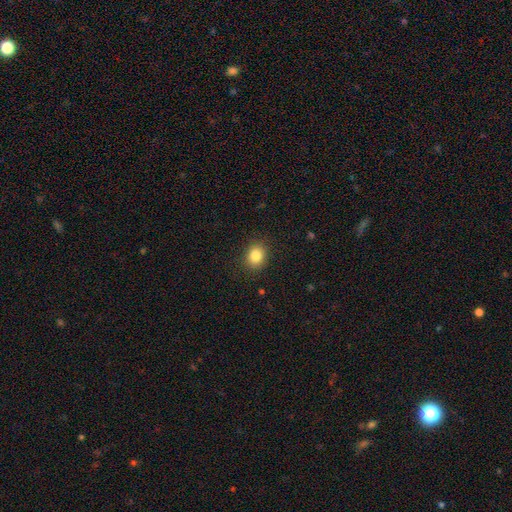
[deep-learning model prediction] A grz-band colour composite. It shows a smooth galaxy with no disk features (84%) that is round (56%). Merging: none (89%).